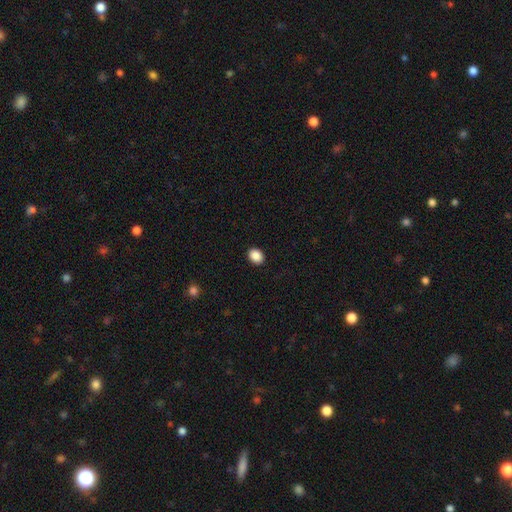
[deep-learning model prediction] Smooth or featured? smooth (89%)
How rounded? in between (60%)
Merging? none (91%)